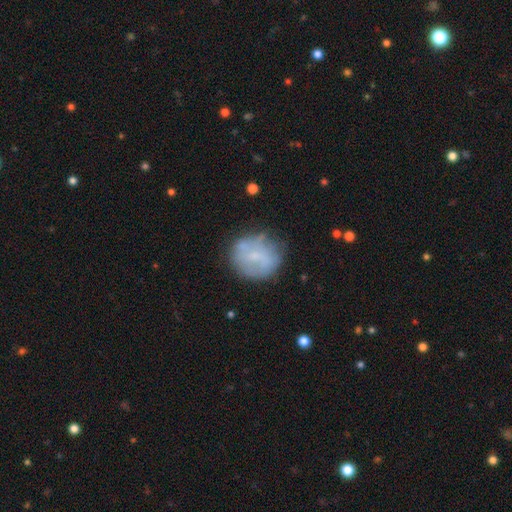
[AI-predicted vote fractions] Overall: smooth (56%; featured or disk 35%). How rounded: round (85%). Merging: none (69%).